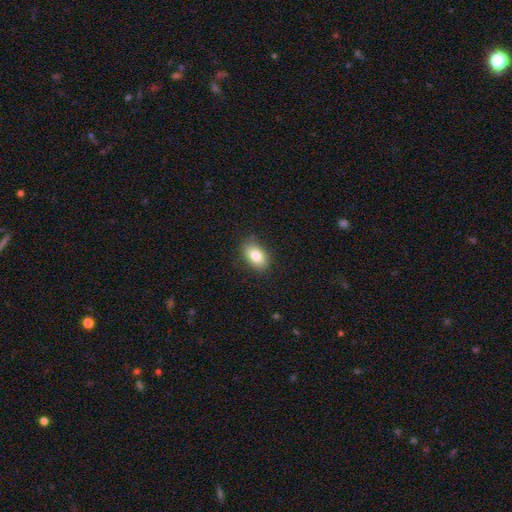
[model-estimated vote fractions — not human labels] This appears to be a smooth galaxy with no disk features (82%) that is in between round and cigar-shaped (89%). Merging: none (85%).